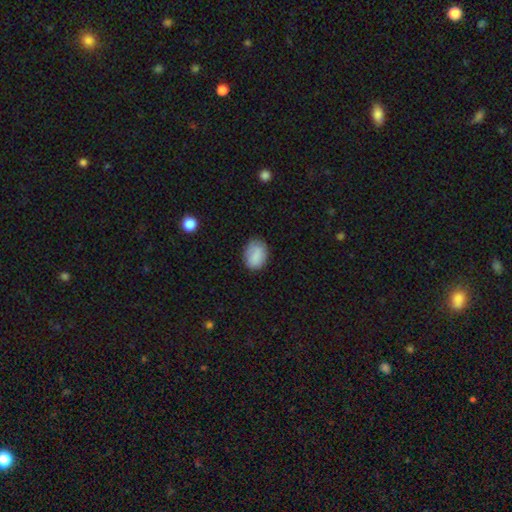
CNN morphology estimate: smooth_or_featured: smooth (p=0.85) [alt: star or artifact p=0.08]
how_rounded: in between (p=0.69) [alt: round p=0.30]
merging: none (p=0.76) [alt: minor disturbance p=0.19]